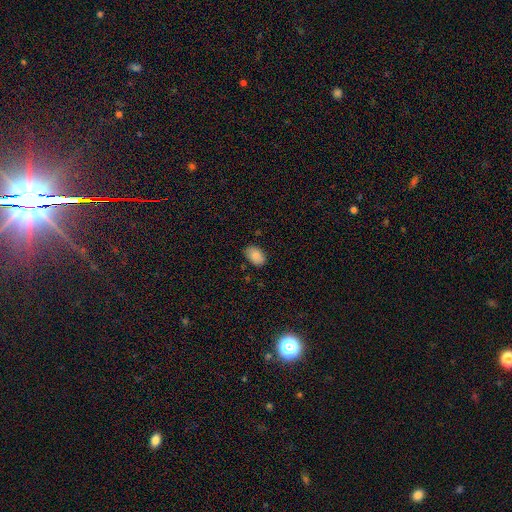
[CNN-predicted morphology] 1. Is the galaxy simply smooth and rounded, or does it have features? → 86% smooth, 8% star or artifact, 6% featured or disk.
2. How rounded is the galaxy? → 88% in between, 11% round, 1% cigar-shaped.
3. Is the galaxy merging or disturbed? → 78% none, 18% minor disturbance, 3% major disturbance, 1% merger.